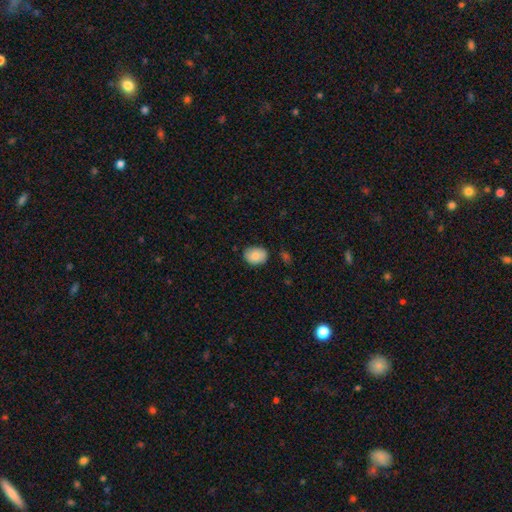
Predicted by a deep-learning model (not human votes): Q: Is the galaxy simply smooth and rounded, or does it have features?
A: smooth — 85%.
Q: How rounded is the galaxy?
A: in between — 58%.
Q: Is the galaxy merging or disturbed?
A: none — 76%.